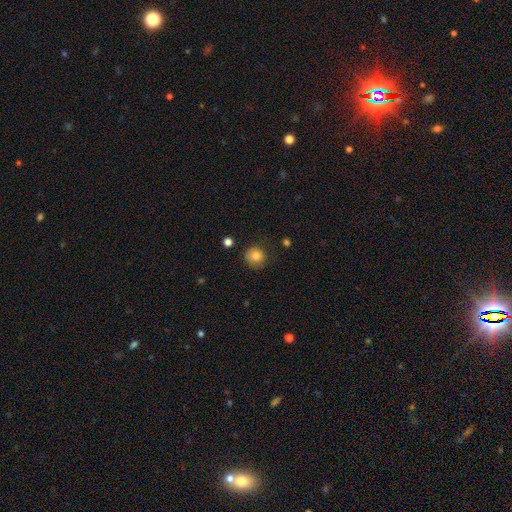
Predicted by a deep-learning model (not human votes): Q: Smooth or featured?
A: smooth (81%); runner-up: star or artifact (10%)
Q: How rounded?
A: round (90%); runner-up: in between (9%)
Q: Merging?
A: none (77%); runner-up: minor disturbance (17%)